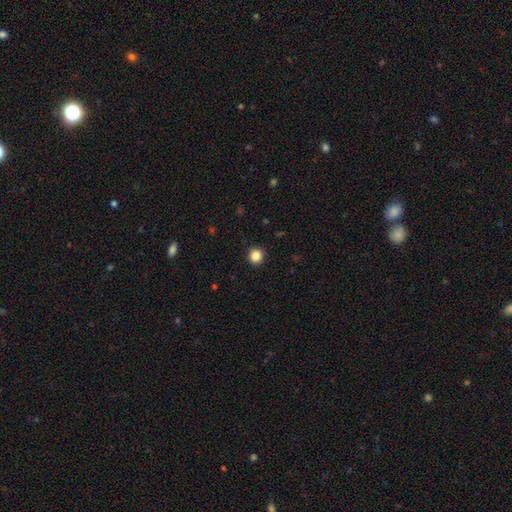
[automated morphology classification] This appears to be a smooth galaxy with no disk features (85%) that is round (91%). Merging: none (92%).